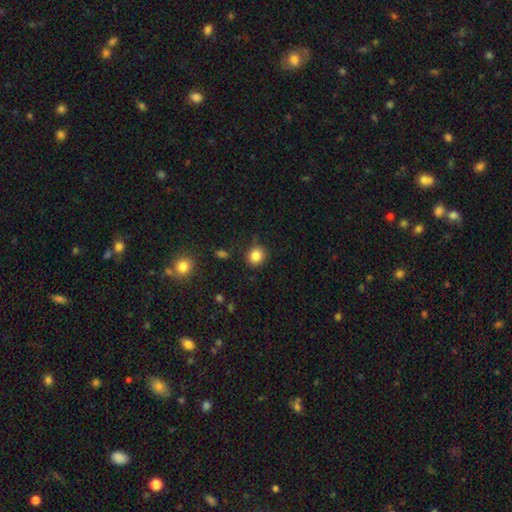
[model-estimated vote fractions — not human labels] smooth-or-featured: smooth: 85% | star or artifact: 10% | featured or disk: 5%
  how-rounded: round: 82% | in between: 17% | cigar-shaped: 1%
  merging: none: 85% | minor disturbance: 10% | major disturbance: 3% | merger: 2%